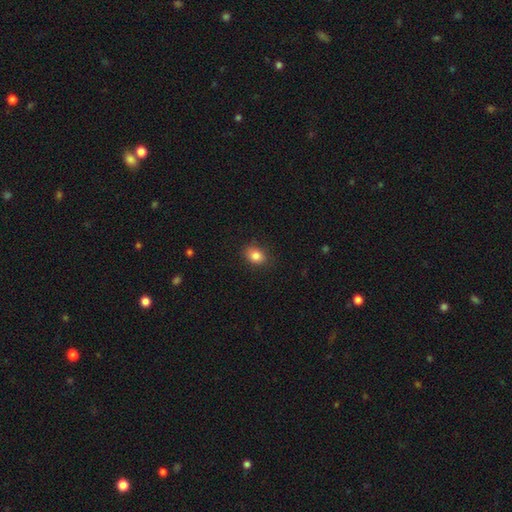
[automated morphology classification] The model was most divided on "how rounded": in between: 64%, round: 35%, cigar-shaped: 1%. More confident: merging — none (85%); smooth or featured — smooth (85%).